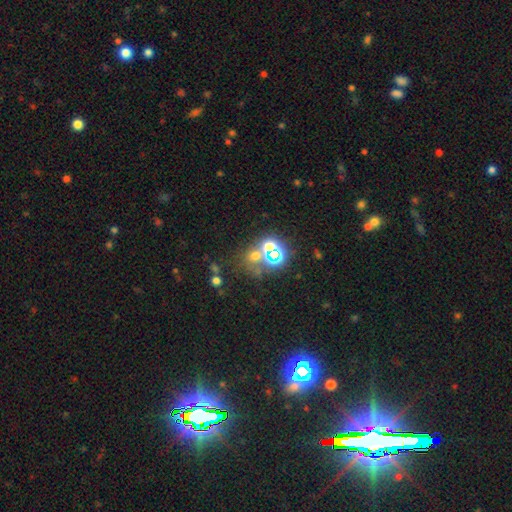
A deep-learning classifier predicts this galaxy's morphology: smooth-or-featured: star or artifact: 49% | smooth: 42% | featured or disk: 9%